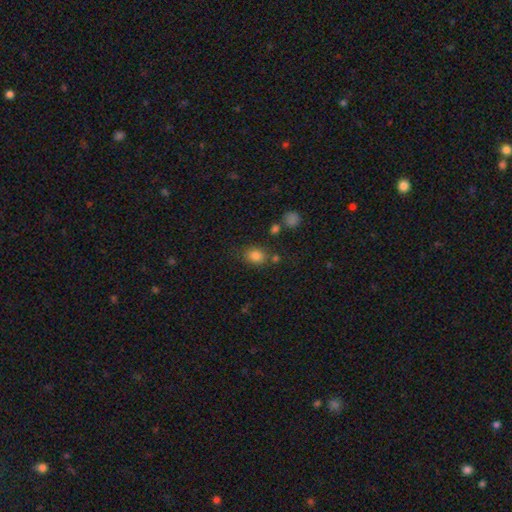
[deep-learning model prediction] smooth_or_featured: smooth (p=0.82) [alt: star or artifact p=0.12]
how_rounded: in between (p=0.58) [alt: round p=0.41]
merging: none (p=0.70) [alt: minor disturbance p=0.16]